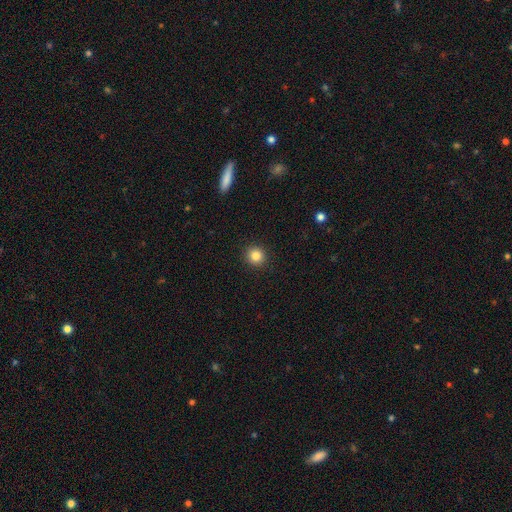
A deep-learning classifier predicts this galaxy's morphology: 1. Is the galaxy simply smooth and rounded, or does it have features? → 84% smooth, 11% star or artifact, 5% featured or disk.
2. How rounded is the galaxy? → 91% round, 8% in between, 1% cigar-shaped.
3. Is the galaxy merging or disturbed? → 92% none, 5% minor disturbance, 2% major disturbance, 1% merger.